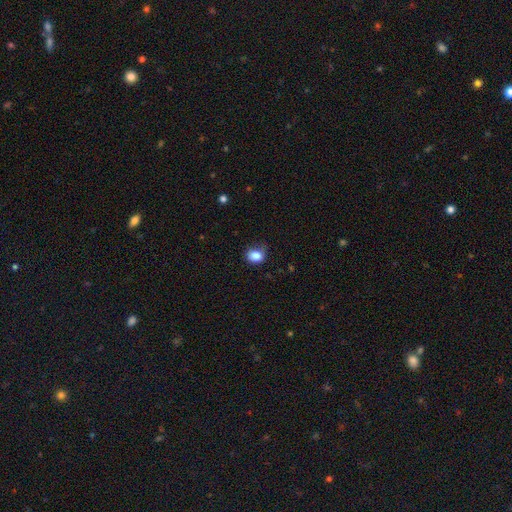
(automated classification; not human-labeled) Overall: smooth (86%). How rounded: round (52%; in between 47%). Merging: none (57%; minor disturbance 32%).